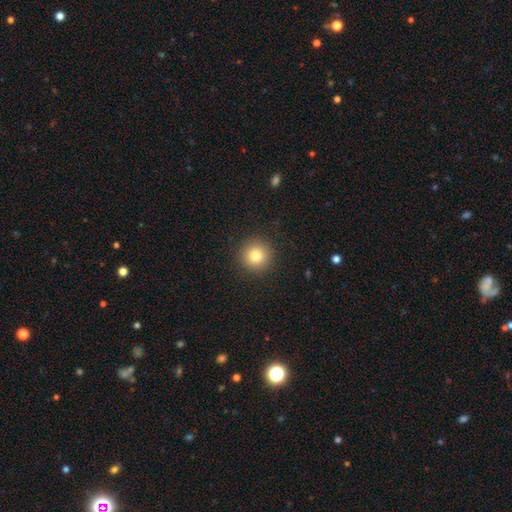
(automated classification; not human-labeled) Smooth or featured: smooth — 82% (star or artifact — 11%)
How rounded: round — 95% (in between — 4%)
Merging: none — 92% (minor disturbance — 5%)